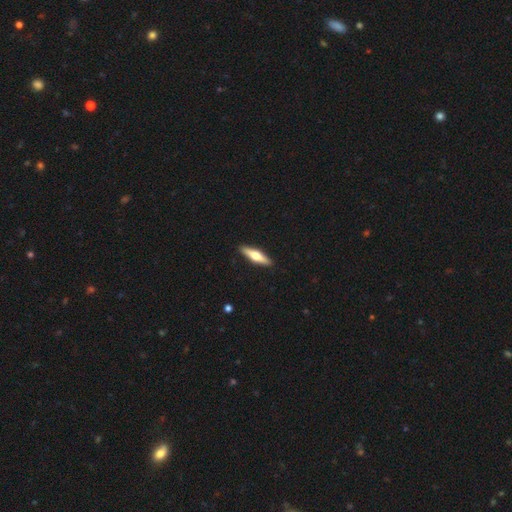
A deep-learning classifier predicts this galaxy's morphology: smooth-or-featured: featured or disk: 50% | smooth: 45% | star or artifact: 5%
  merging: none: 91% | minor disturbance: 6% | major disturbance: 1% | merger: 1%